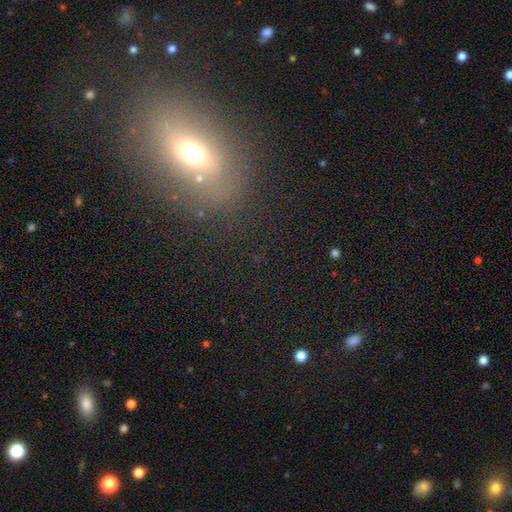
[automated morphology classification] Smooth or featured: smooth — 47% (star or artifact — 29%)
Merging: none — 76% (minor disturbance — 13%)